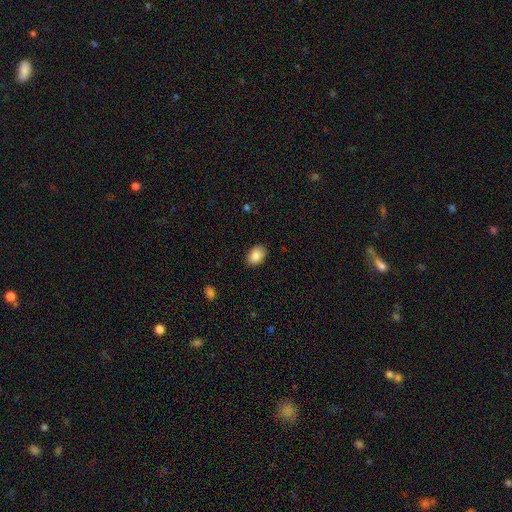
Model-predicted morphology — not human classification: A smooth galaxy with no disk features (87%) that is in between round and cigar-shaped (86%).

Vote fractions:
- Smooth or featured? smooth: 87% / star or artifact: 7% / featured or disk: 6%
- How rounded? in between: 86% / round: 13% / cigar-shaped: 1%
- Merging? none: 88% / minor disturbance: 9% / major disturbance: 2% / merger: 1%